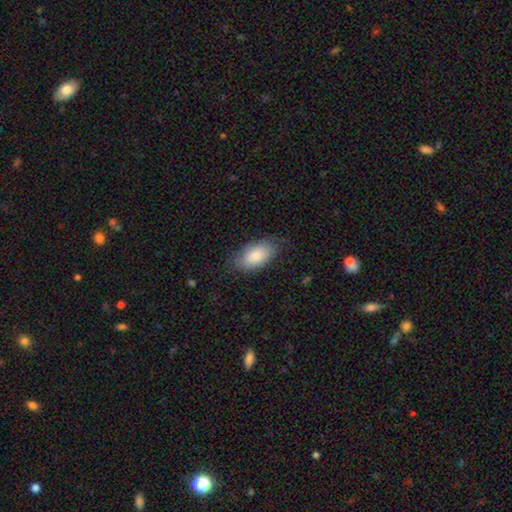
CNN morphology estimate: smooth 81%, featured or disk 13%, star or artifact 6%. Down the decision tree: how rounded — in between (94%); merging — none (70%).